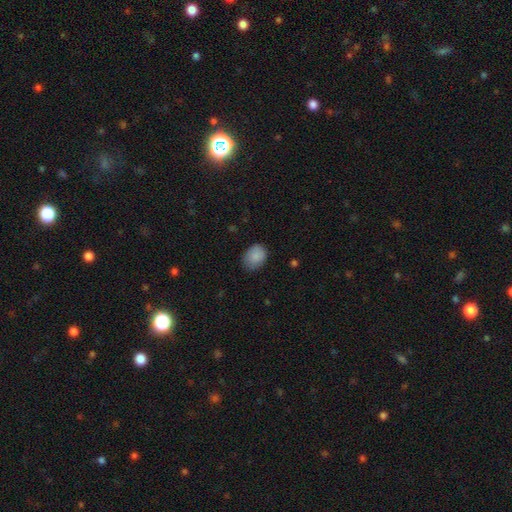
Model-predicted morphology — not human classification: A smooth galaxy with no disk features (88%) that is in between round and cigar-shaped (62%).

Vote fractions:
- Smooth or featured? smooth: 88% / star or artifact: 8% / featured or disk: 5%
- How rounded? in between: 62% / round: 37% / cigar-shaped: 1%
- Merging? none: 73% / minor disturbance: 22% / major disturbance: 4% / merger: 1%